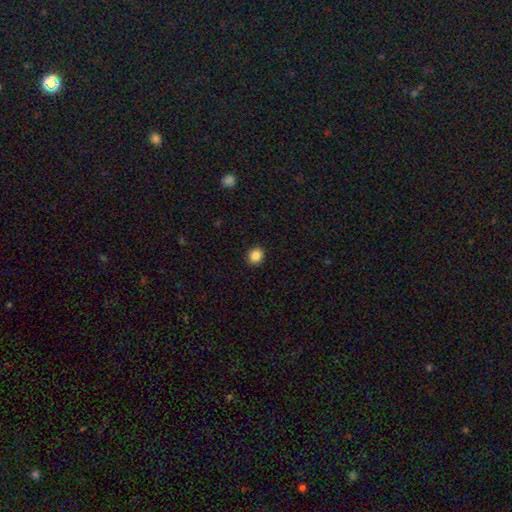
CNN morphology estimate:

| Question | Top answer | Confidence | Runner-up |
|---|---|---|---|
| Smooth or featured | smooth | 87% | star or artifact (10%) |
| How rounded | round | 78% | in between (21%) |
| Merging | none | 91% | minor disturbance (6%) |